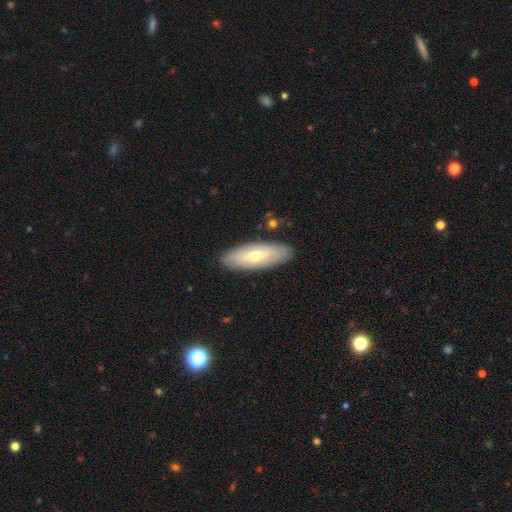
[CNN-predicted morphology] A featured or disk galaxy (50%). Merging: none (86%).